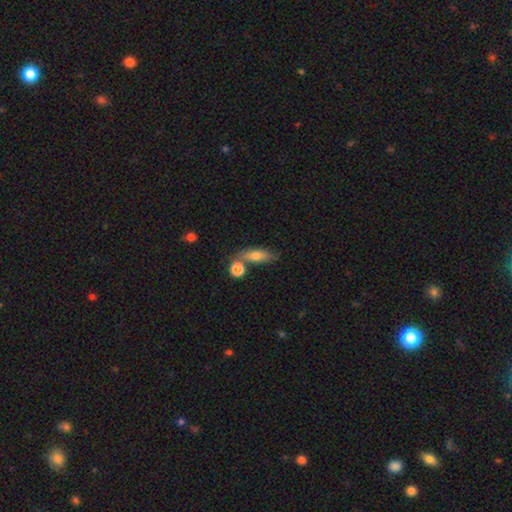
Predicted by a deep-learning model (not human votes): smooth-or-featured: smooth: 72% | featured or disk: 20% | star or artifact: 8%
  how-rounded: in between: 56% | cigar-shaped: 37% | round: 7%
  merging: none: 63% | merger: 18% | minor disturbance: 15% | major disturbance: 5%